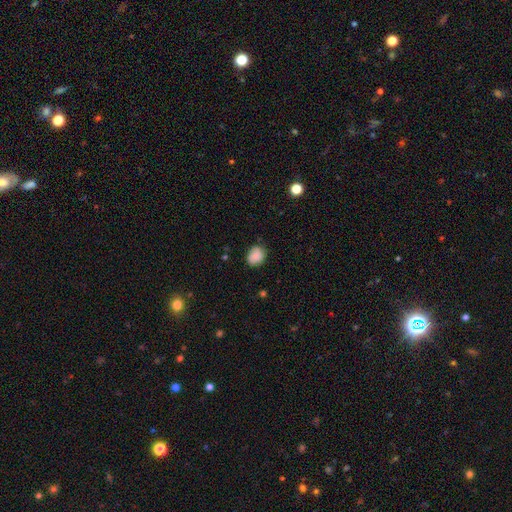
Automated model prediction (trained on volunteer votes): Smooth or featured: smooth — 84% (star or artifact — 9%)
How rounded: round — 52% (in between — 47%)
Merging: none — 71% (minor disturbance — 23%)